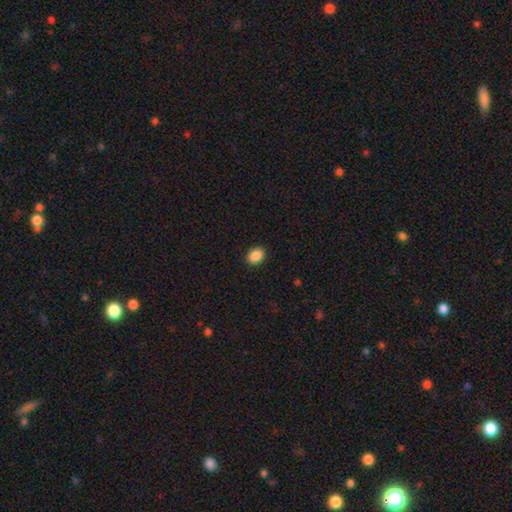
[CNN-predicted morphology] smooth-or-featured: smooth: 89% | star or artifact: 8% | featured or disk: 3%
  how-rounded: in between: 58% | round: 41% | cigar-shaped: 1%
  merging: none: 91% | minor disturbance: 6% | major disturbance: 2% | merger: 1%